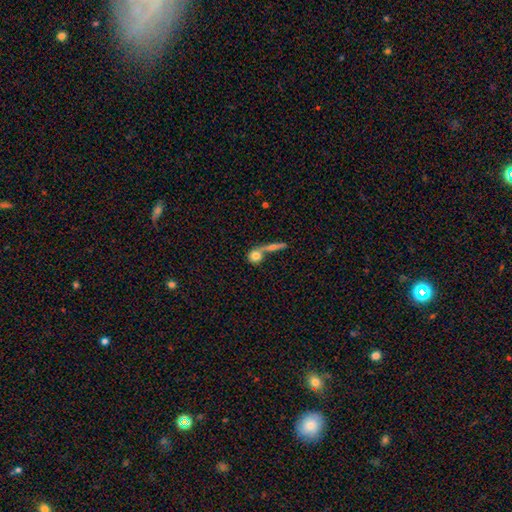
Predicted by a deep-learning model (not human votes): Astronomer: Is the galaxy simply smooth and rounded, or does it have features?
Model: smooth — 73%.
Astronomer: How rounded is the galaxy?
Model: round — 74%.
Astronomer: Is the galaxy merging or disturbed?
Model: merger — 49% (runner-up: none, 36%).